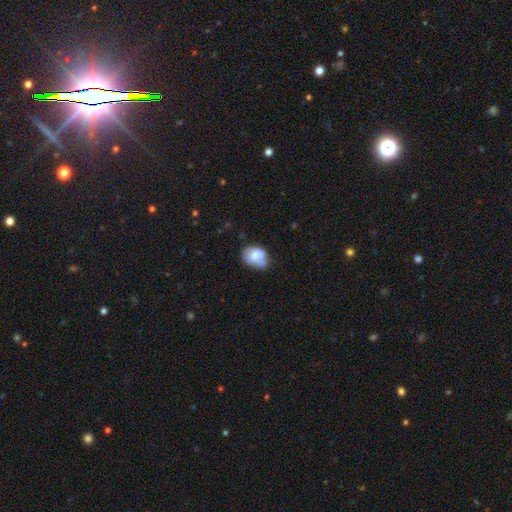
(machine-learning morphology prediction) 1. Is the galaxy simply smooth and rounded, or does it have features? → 68% smooth, 24% featured or disk, 8% star or artifact.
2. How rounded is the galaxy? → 67% in between, 32% round, 1% cigar-shaped.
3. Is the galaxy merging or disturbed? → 47% none, 34% minor disturbance, 10% major disturbance, 9% merger.